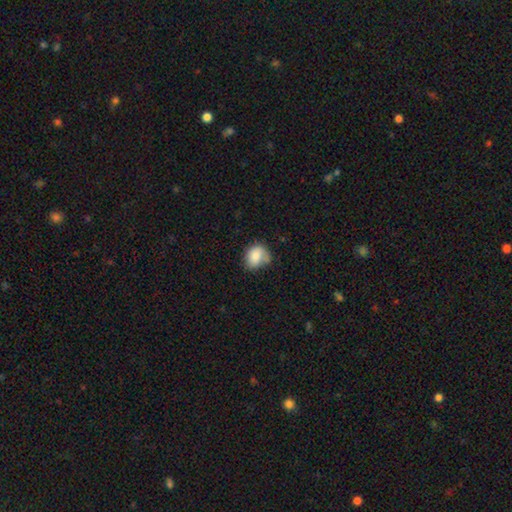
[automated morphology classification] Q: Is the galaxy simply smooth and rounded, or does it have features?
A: smooth — 82%.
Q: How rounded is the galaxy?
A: in between — 54%.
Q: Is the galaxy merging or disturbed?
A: none — 46%.